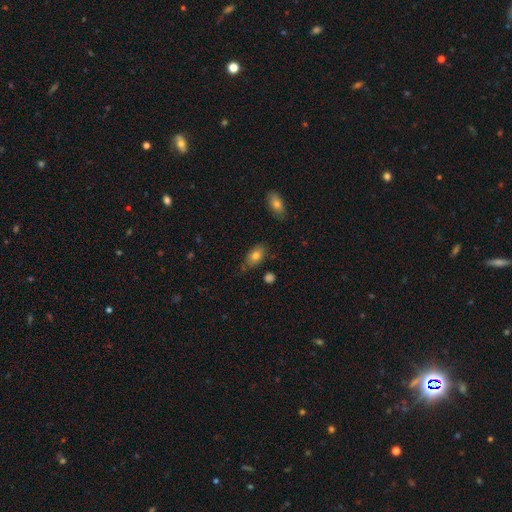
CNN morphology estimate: type=smooth (77%); roundness=in between (88%); merging=none (67%).